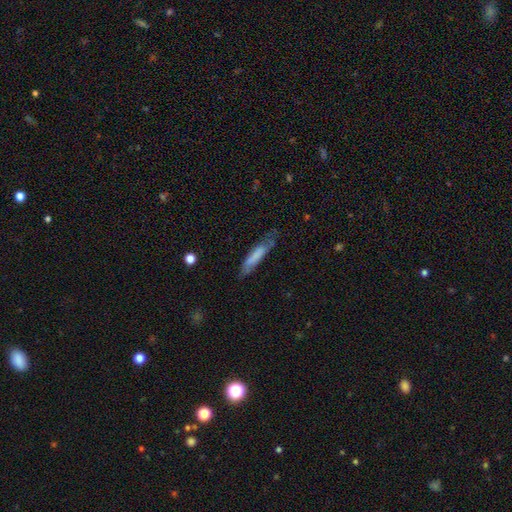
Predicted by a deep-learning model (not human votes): Morphology: type=smooth (67%); roundness=cigar-shaped (85%); merging=none (59%).